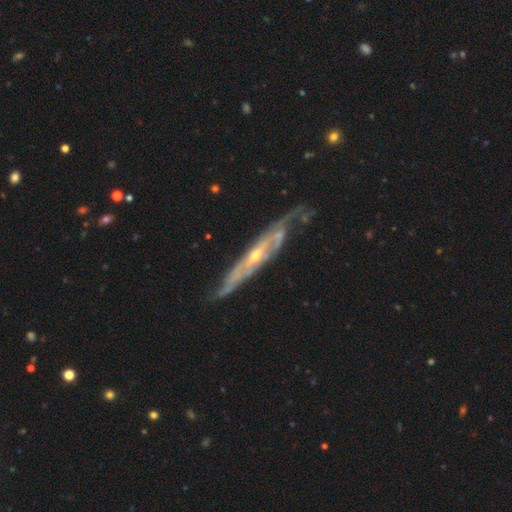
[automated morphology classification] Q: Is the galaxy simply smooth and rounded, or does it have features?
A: featured or disk — 84%.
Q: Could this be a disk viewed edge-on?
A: yes — 53%.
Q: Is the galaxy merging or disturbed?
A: none — 67%.